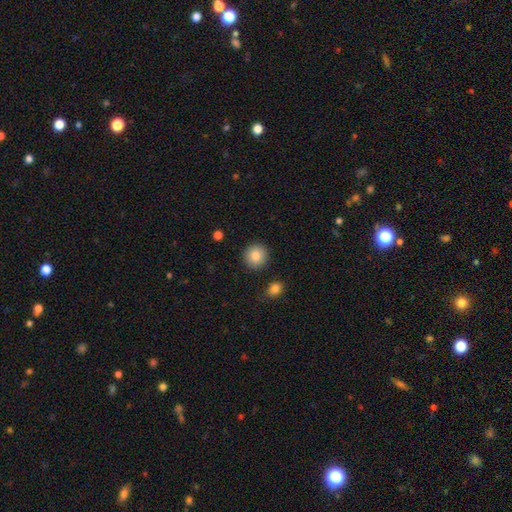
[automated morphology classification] Smooth or featured? Predicted: smooth (p=0.86). How rounded? Predicted: round (p=0.91). Merging? Predicted: none (p=0.90).